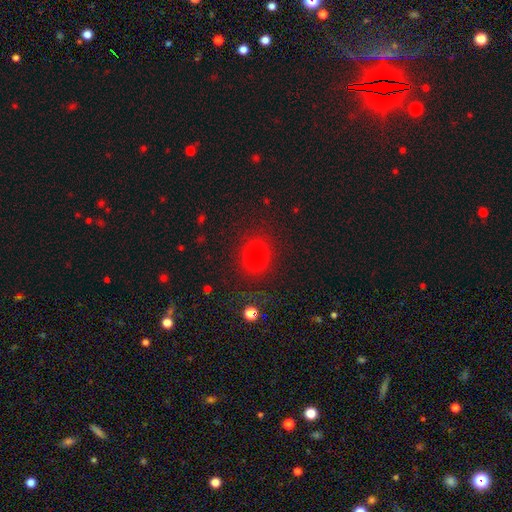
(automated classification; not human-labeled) Smooth or featured: smooth — 77% (star or artifact — 16%)
How rounded: round — 68% (in between — 31%)
Merging: none — 86% (minor disturbance — 9%)